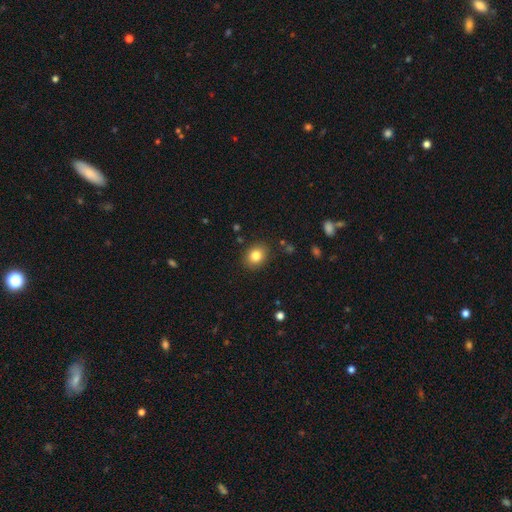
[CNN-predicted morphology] type=smooth (82%); roundness=round (55%); merging=none (88%).